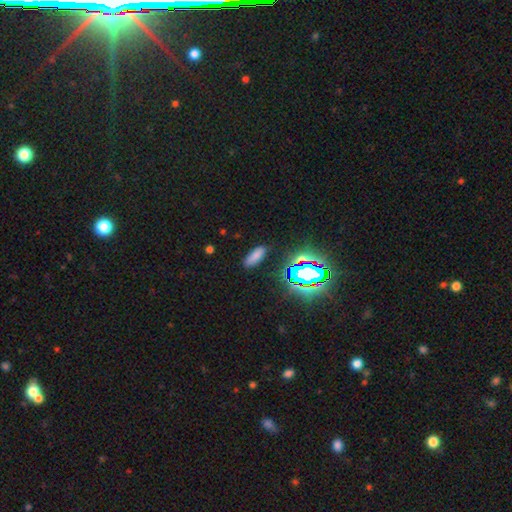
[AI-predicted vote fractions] Morphology: type=smooth (71%); roundness=in between (75%); merging=none (87%).